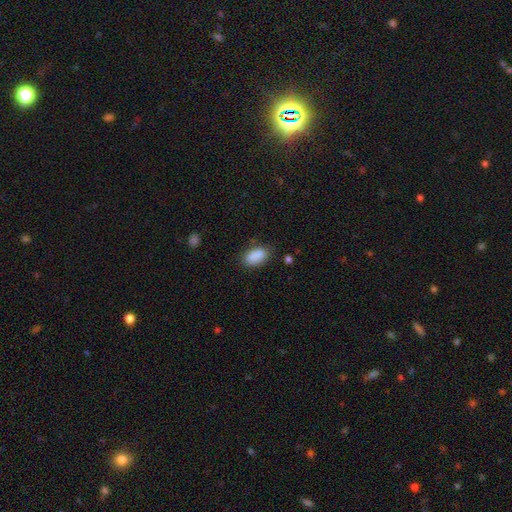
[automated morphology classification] Q: Smooth or featured?
A: smooth (89%); runner-up: star or artifact (8%)
Q: How rounded?
A: in between (92%); runner-up: round (5%)
Q: Merging?
A: none (79%); runner-up: minor disturbance (15%)